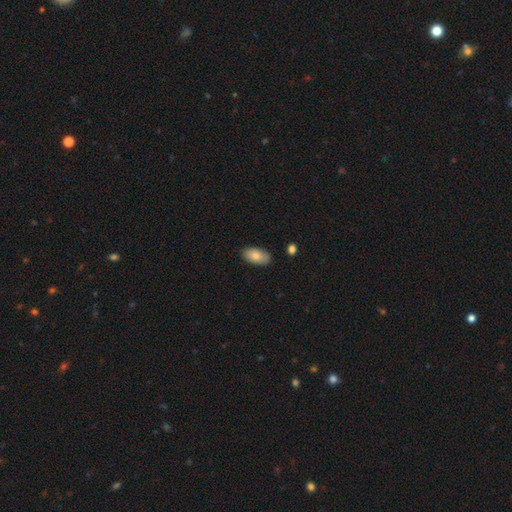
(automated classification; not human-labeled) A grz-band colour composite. It shows a smooth galaxy with no disk features (83%) that is in between round and cigar-shaped (95%). Merging: none (85%).